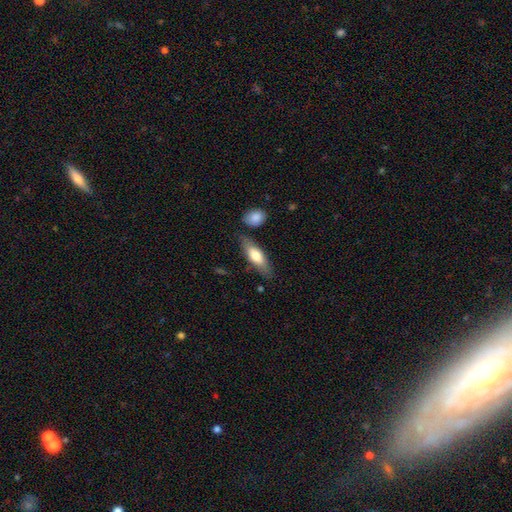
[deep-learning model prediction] Smooth or featured: smooth — 68% (featured or disk — 26%)
How rounded: in between — 57% (cigar-shaped — 41%)
Merging: none — 74% (minor disturbance — 16%)